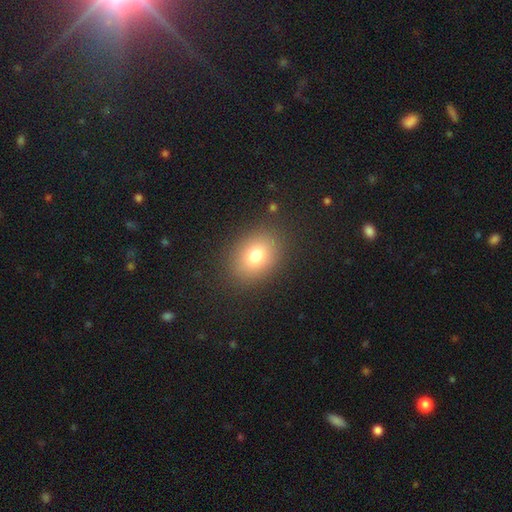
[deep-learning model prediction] Smooth or featured? Predicted: smooth (p=0.77). How rounded? Predicted: in between (p=0.61). Merging? Predicted: none (p=0.86).